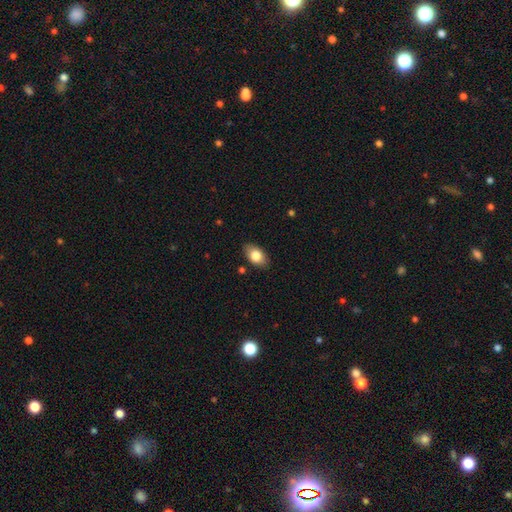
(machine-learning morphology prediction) Smooth or featured?
  - smooth: 81% *
  - featured or disk: 12%
  - star or artifact: 7%
How rounded?
  - in between: 90% *
  - round: 8%
  - cigar-shaped: 2%
Merging?
  - none: 85% *
  - minor disturbance: 11%
  - major disturbance: 2%
  - merger: 1%